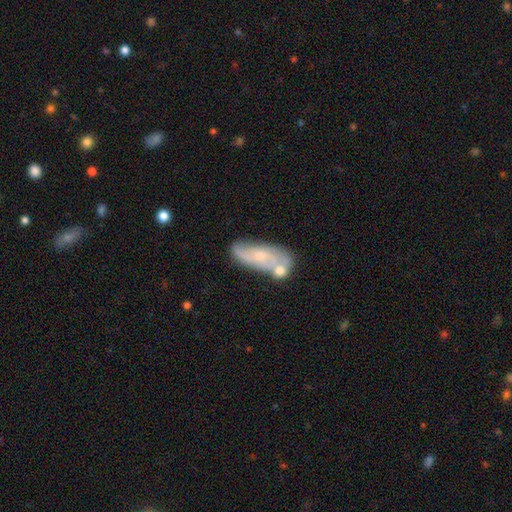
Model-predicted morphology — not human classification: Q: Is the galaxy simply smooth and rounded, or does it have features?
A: featured or disk — 63%.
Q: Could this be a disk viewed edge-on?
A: no — 92%.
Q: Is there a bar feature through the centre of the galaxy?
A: no — 67%.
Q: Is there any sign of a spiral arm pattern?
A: yes — 82%.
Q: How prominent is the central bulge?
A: small — 65%.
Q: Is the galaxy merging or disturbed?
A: none — 39%.